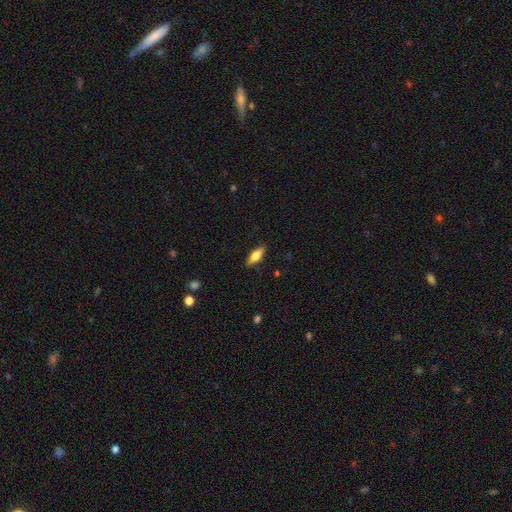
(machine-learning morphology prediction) Overall: smooth (63%; featured or disk 31%). How rounded: in between (62%; cigar-shaped 36%). Merging: none (87%).